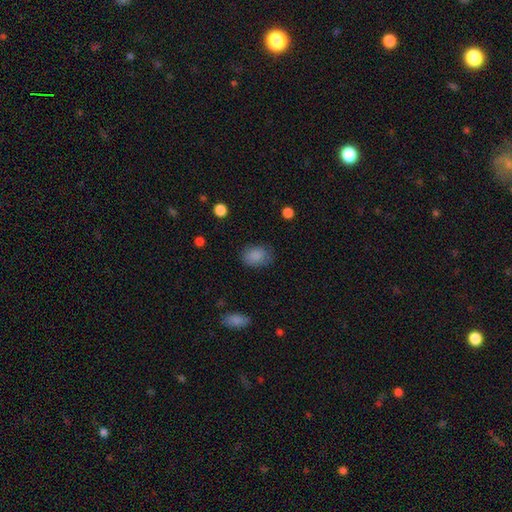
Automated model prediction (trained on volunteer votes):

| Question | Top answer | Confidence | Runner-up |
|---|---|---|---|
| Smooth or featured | smooth | 86% | star or artifact (8%) |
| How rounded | in between | 71% | round (28%) |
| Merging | none | 75% | minor disturbance (19%) |